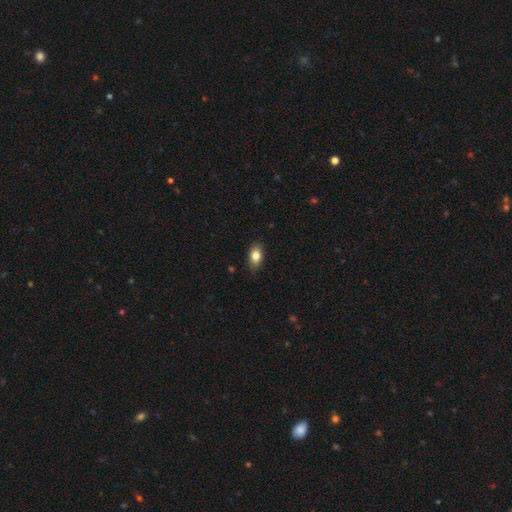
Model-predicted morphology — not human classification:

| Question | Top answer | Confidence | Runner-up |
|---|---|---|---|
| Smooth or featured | smooth | 83% | featured or disk (9%) |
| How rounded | in between | 87% | round (10%) |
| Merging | none | 86% | minor disturbance (11%) |